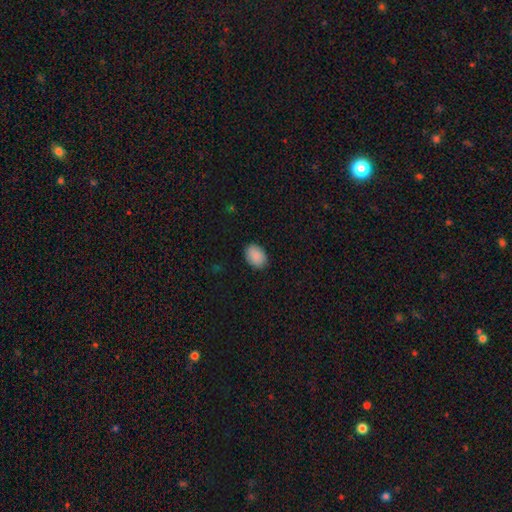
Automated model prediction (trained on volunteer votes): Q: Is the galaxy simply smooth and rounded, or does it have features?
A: smooth — 90%.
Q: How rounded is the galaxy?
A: in between — 78%.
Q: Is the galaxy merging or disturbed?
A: none — 87%.